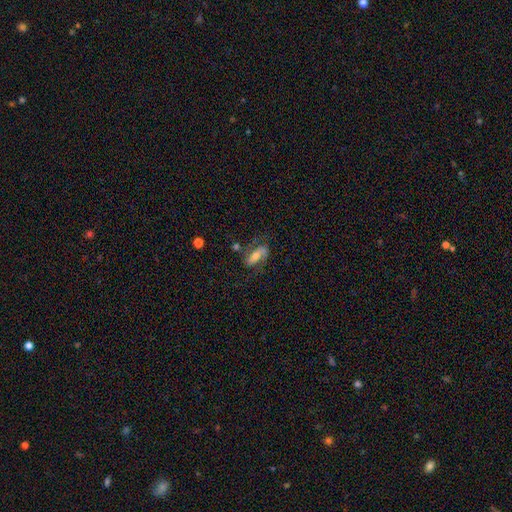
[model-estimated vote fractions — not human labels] Overall: featured or disk (62%; smooth 30%). Edge-on disk: no (89%). Bar: strong (37%; weak 32%). Spiral arms: yes (87%). Bulge size: moderate (52%; small 30%). Merging: none (59%; minor disturbance 20%).